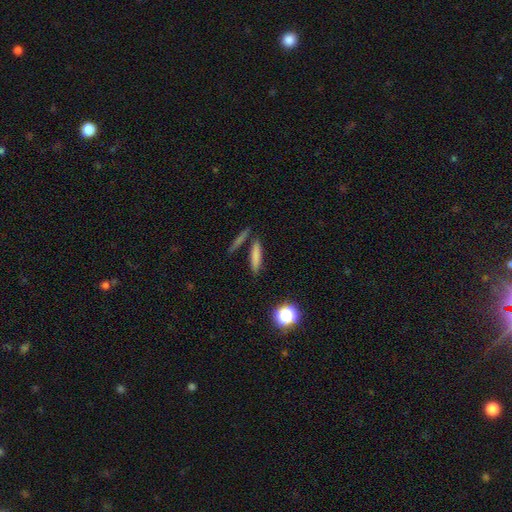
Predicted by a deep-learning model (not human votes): Overall: smooth (76%). How rounded: cigar-shaped (82%). Merging: none (78%).